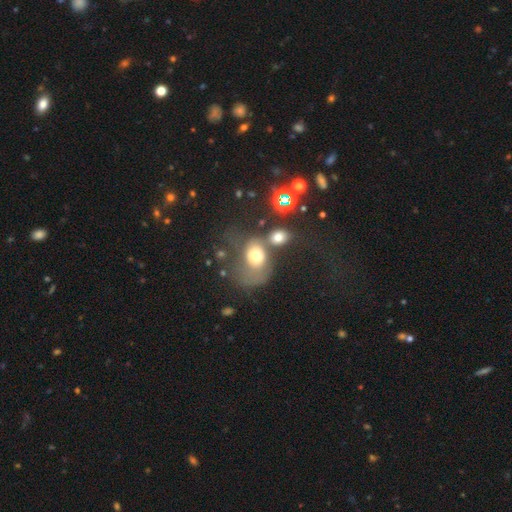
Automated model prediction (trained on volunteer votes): Smooth or featured: smooth — 62% (featured or disk — 25%)
How rounded: in between — 58% (round — 40%)
Merging: merger — 34% (major disturbance — 33%)